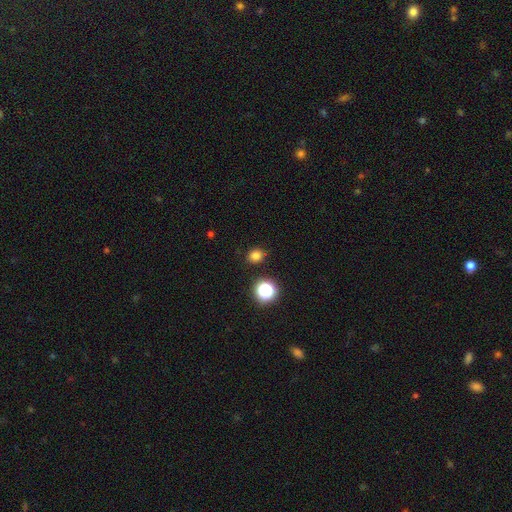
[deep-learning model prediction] Smooth or featured: smooth — 79% (star or artifact — 17%)
How rounded: round — 77% (in between — 22%)
Merging: none — 87% (minor disturbance — 8%)